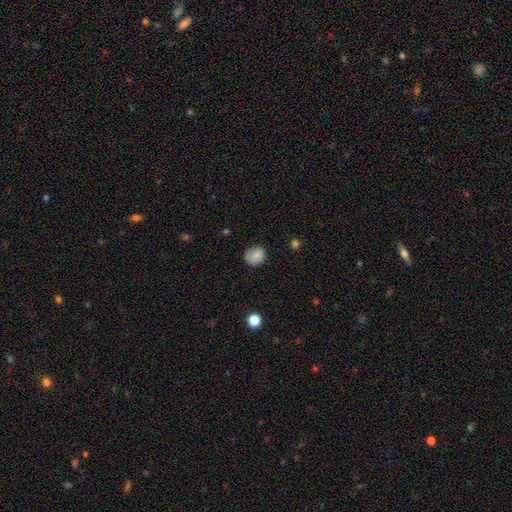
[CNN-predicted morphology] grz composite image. It shows a smooth galaxy with no disk features (84%) that is round (77%). Merging: none (80%).